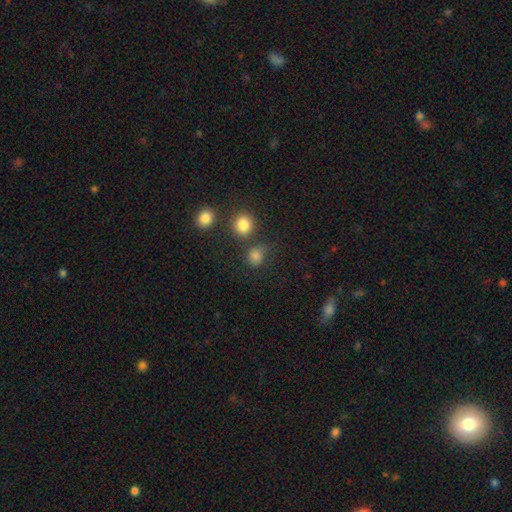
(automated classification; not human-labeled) Morphology: type=smooth (79%); roundness=round (76%); merging=none (63%).